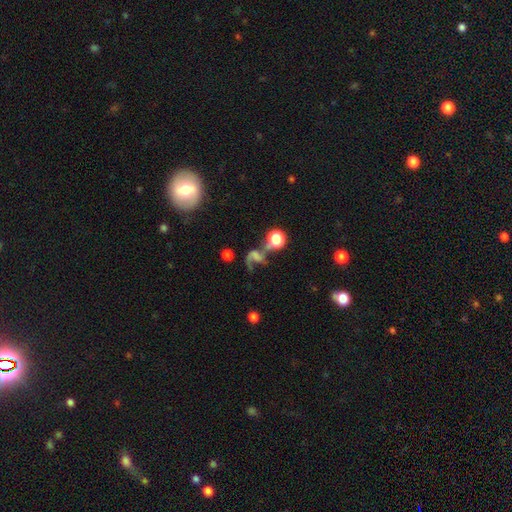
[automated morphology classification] Smooth or featured?
  - featured or disk: 57% *
  - smooth: 25%
  - star or artifact: 18%
Edge-on disk?
  - no: 97% *
  - yes: 3%
Bar?
  - no: 54% *
  - weak: 31%
  - strong: 16%
Spiral arms?
  - yes: 83% *
  - no: 17%
Bulge size?
  - none: 52% *
  - small: 19%
  - moderate: 16%
  - large: 9%
  - dominant: 4%
Merging?
  - none: 34% *
  - major disturbance: 27%
  - merger: 25%
  - minor disturbance: 14%